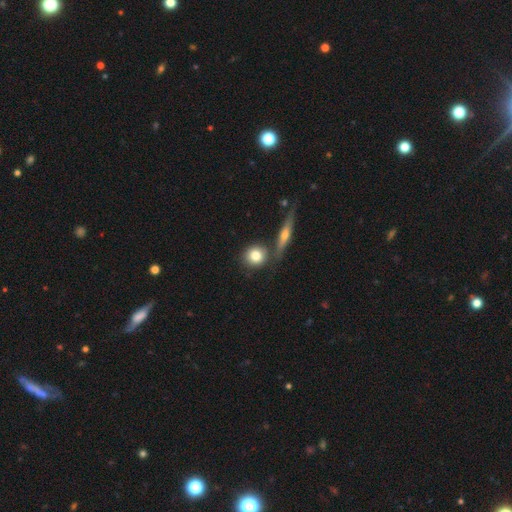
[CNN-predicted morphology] type=smooth (78%); roundness=round (82%); merging=none (70%).